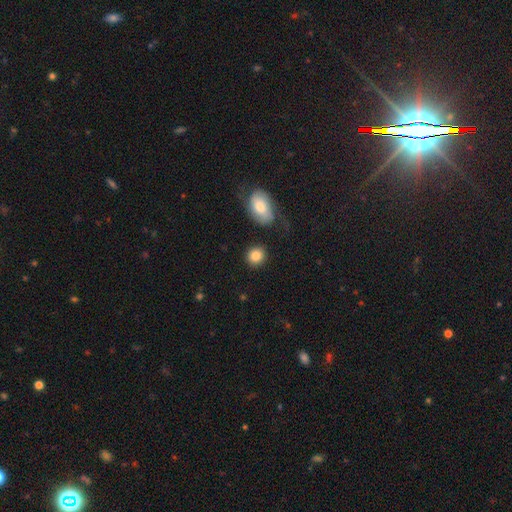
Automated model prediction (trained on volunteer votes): Overall: smooth (86%). How rounded: round (81%). Merging: none (83%).